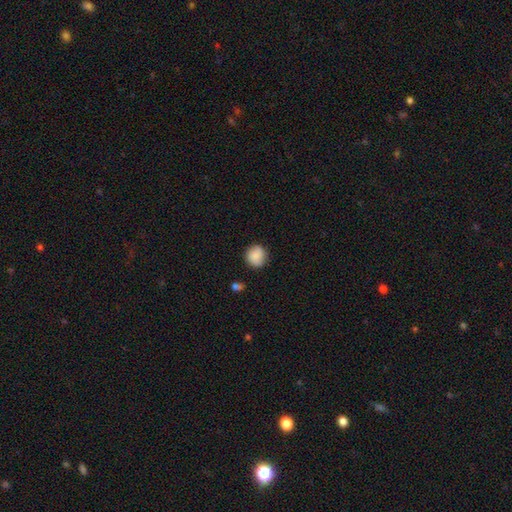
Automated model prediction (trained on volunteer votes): smooth_or_featured: smooth (p=0.84) [alt: featured or disk p=0.09]
how_rounded: round (p=0.86) [alt: in between p=0.13]
merging: none (p=0.79) [alt: minor disturbance p=0.16]